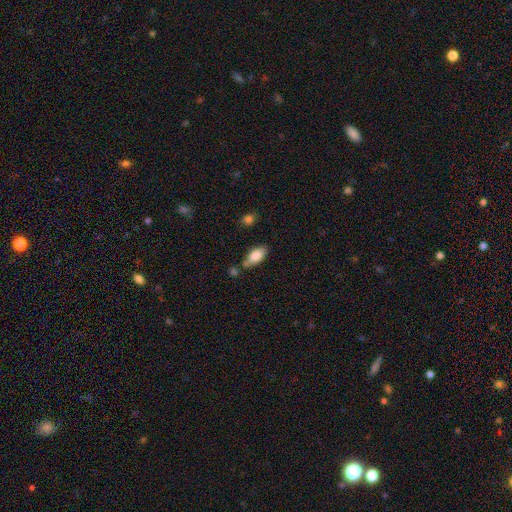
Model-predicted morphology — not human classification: A smooth galaxy with no disk features (83%) that is in between round and cigar-shaped (89%). Merging: none (60%).